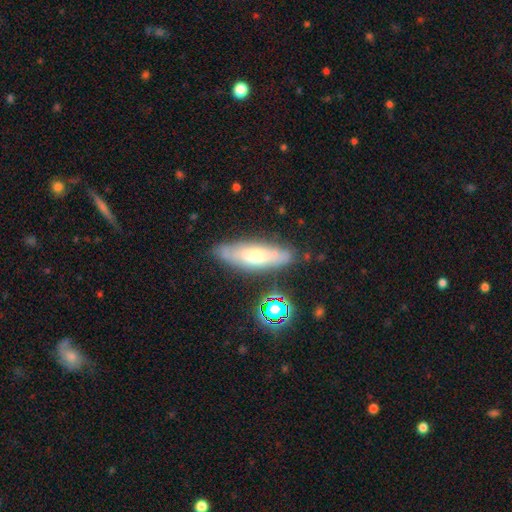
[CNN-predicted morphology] Smooth or featured? featured or disk (48%)
Merging? none (77%)